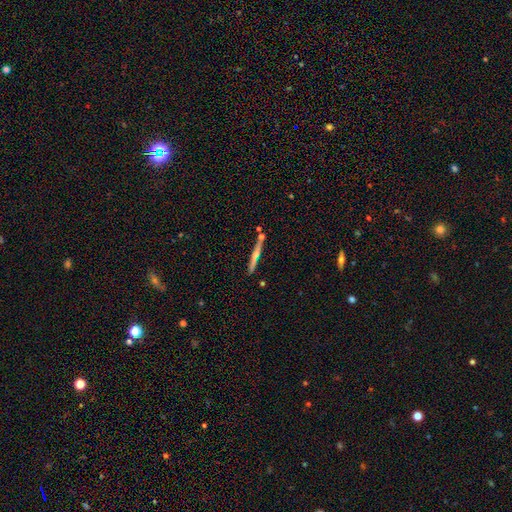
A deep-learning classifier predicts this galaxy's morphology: The model was most divided on "smooth or featured": featured or disk: 60%, smooth: 33%, star or artifact: 7%. More confident: edge-on disk — yes (97%); merging — none (83%); edge-on bulge — rounded (69%).